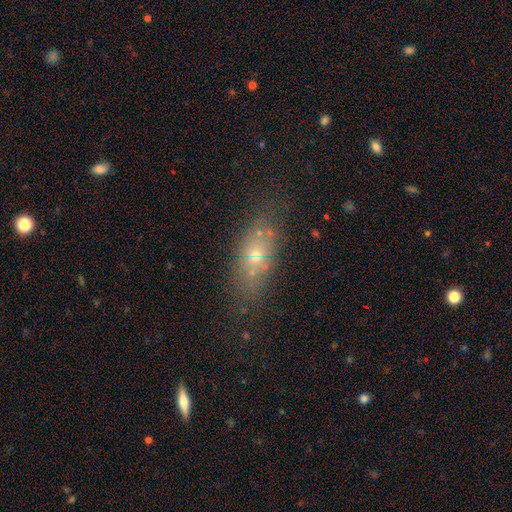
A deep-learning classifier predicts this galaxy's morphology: Smooth or featured: smooth — 52% (featured or disk — 30%)
How rounded: in between — 63% (cigar-shaped — 26%)
Merging: none — 69% (minor disturbance — 17%)